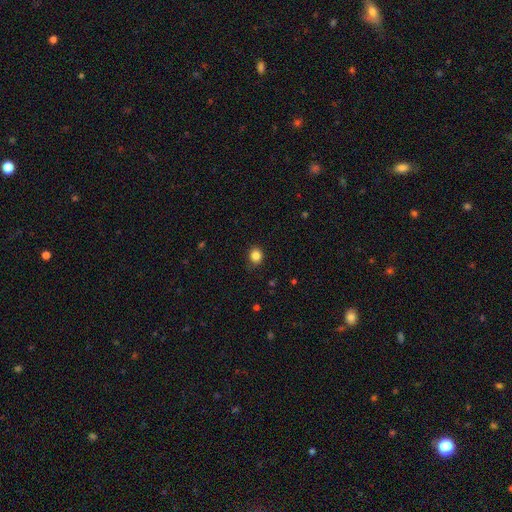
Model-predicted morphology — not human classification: The model was most divided on "how rounded": round: 74%, in between: 26%, cigar-shaped: 1%. More confident: merging — none (85%); smooth or featured — smooth (85%).